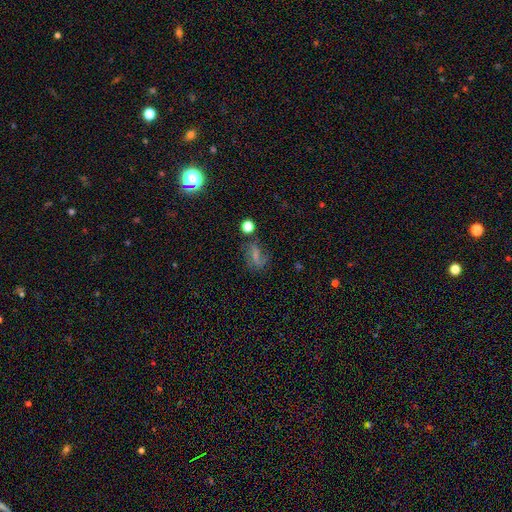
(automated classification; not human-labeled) This is marginally a featured or disk galaxy (44%). Merging: possibly none (55%).